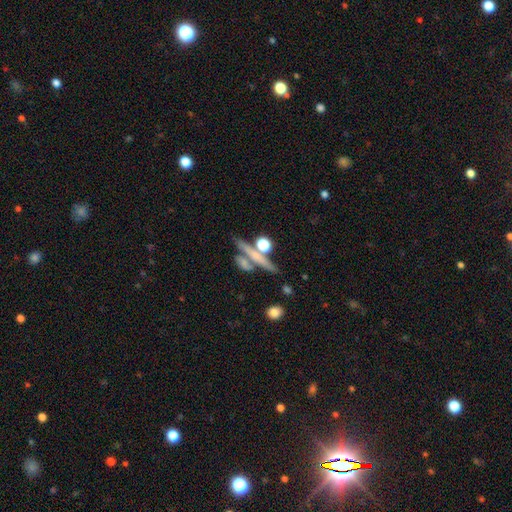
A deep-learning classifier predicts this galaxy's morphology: Overall: smooth (44%; featured or disk 42%). Merging: none (55%; merger 27%).